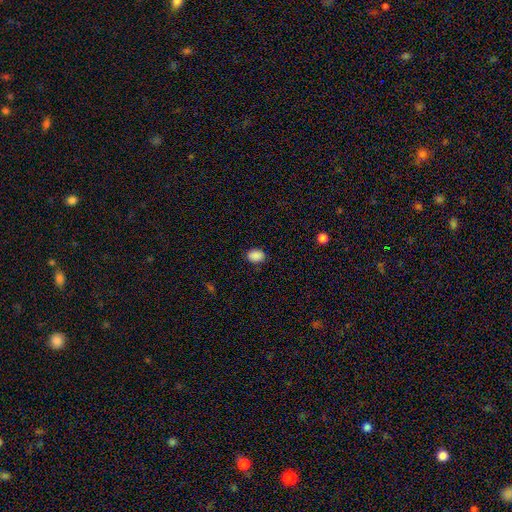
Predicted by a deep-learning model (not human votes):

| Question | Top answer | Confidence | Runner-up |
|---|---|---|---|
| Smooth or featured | smooth | 88% | star or artifact (9%) |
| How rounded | in between | 67% | round (32%) |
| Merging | none | 86% | minor disturbance (11%) |